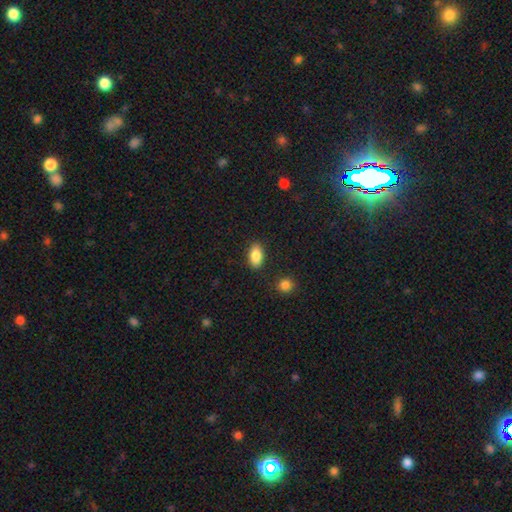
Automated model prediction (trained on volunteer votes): Smooth or featured?
  - smooth: 86% *
  - star or artifact: 7%
  - featured or disk: 7%
How rounded?
  - in between: 91% *
  - cigar-shaped: 5%
  - round: 4%
Merging?
  - none: 86% *
  - minor disturbance: 9%
  - merger: 3%
  - major disturbance: 2%